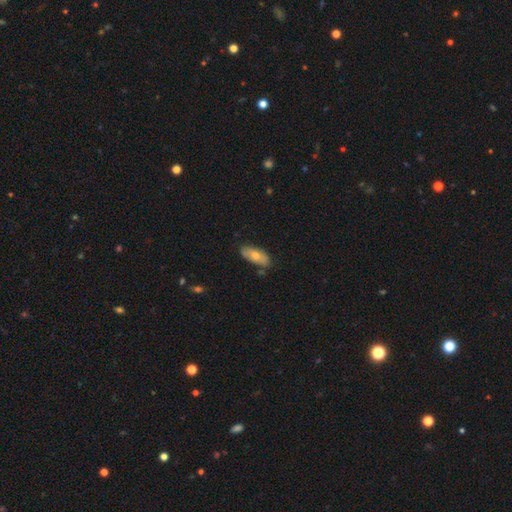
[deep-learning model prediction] This appears to be a smooth galaxy with no disk features (71%) that is in between round and cigar-shaped (84%). Merging: none (76%).